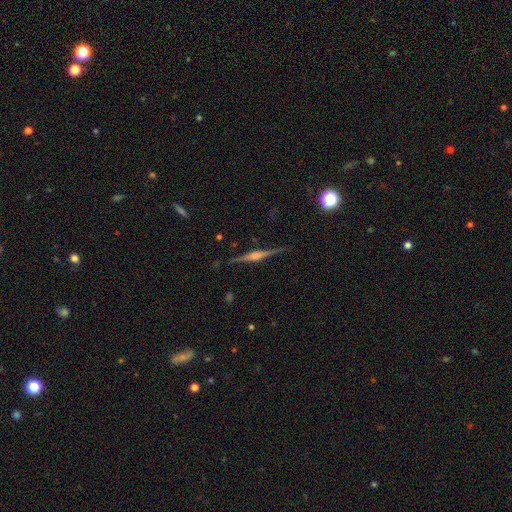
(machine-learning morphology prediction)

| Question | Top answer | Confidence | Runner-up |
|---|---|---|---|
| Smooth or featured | featured or disk | 84% | smooth (10%) |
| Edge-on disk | yes | 98% | no (2%) |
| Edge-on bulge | rounded | 73% | boxy (21%) |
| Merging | none | 88% | minor disturbance (9%) |